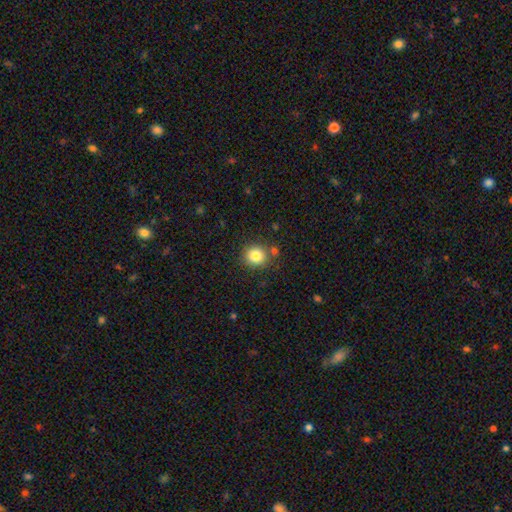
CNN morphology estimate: Overall: smooth (82%). How rounded: round (86%). Merging: none (81%).